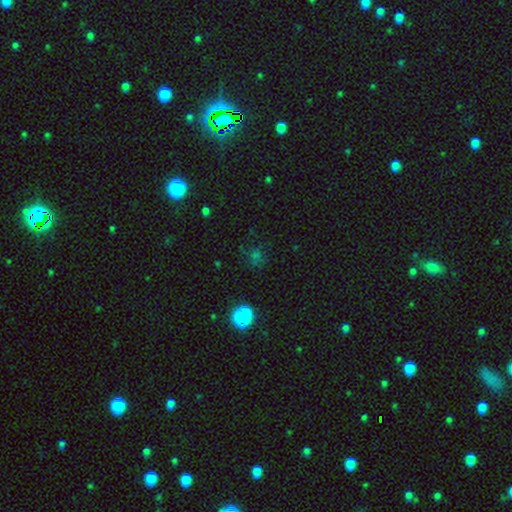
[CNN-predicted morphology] This is possibly a smooth galaxy (48%). Merging: likely none (76%).